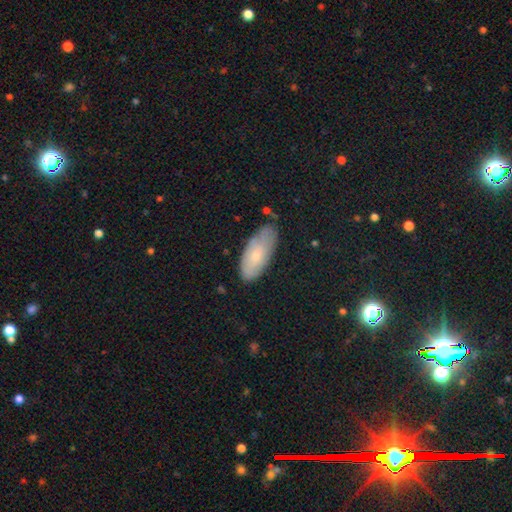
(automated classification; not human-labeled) A smooth galaxy with no disk features (65%) that is in between round and cigar-shaped (85%). Merging: none (67%).